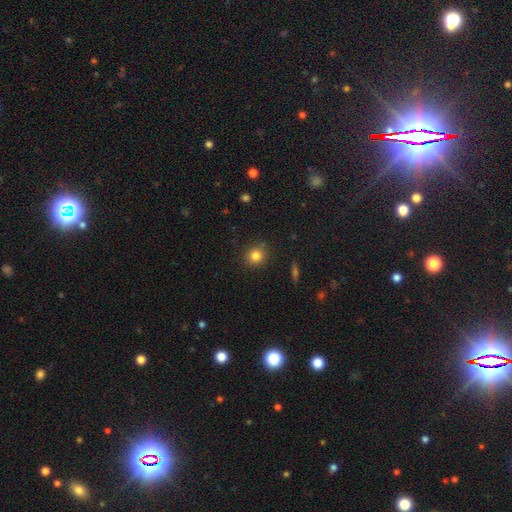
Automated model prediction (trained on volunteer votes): Q: Smooth or featured?
A: smooth (82%); runner-up: star or artifact (11%)
Q: How rounded?
A: round (88%); runner-up: in between (11%)
Q: Merging?
A: none (87%); runner-up: minor disturbance (9%)